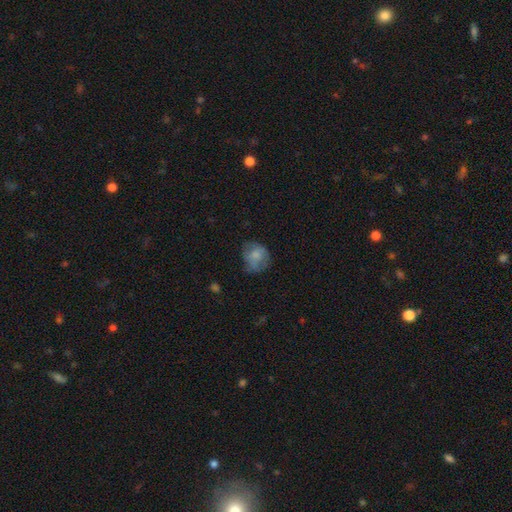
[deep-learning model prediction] Smooth or featured: smooth — 66% (featured or disk — 25%)
How rounded: round — 69% (in between — 30%)
Merging: none — 53% (minor disturbance — 28%)